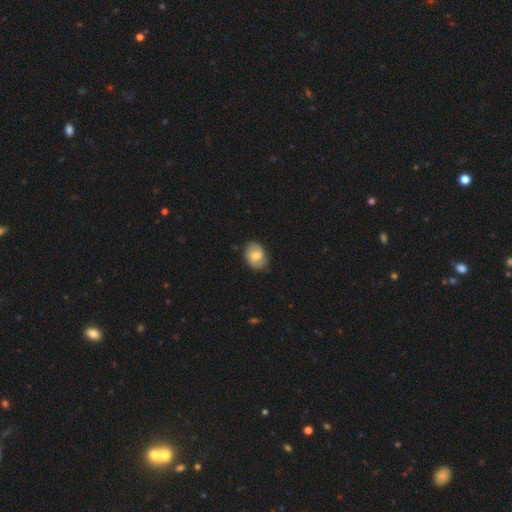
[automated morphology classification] type=smooth (65%); roundness=in between (61%); merging=none (79%).